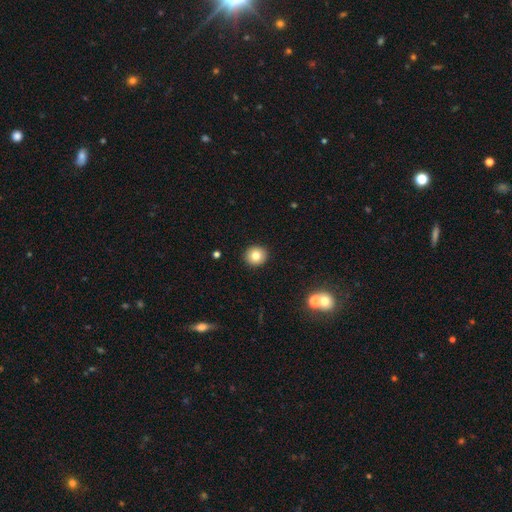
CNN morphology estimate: Smooth or featured? Predicted: smooth (p=0.81). How rounded? Predicted: round (p=0.90). Merging? Predicted: none (p=0.92).